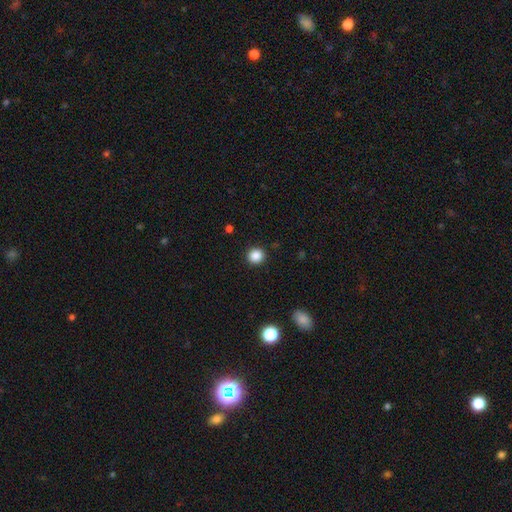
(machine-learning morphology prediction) smooth_or_featured: smooth (p=0.87) [alt: star or artifact p=0.10]
how_rounded: round (p=0.92) [alt: in between p=0.07]
merging: none (p=0.92) [alt: minor disturbance p=0.05]